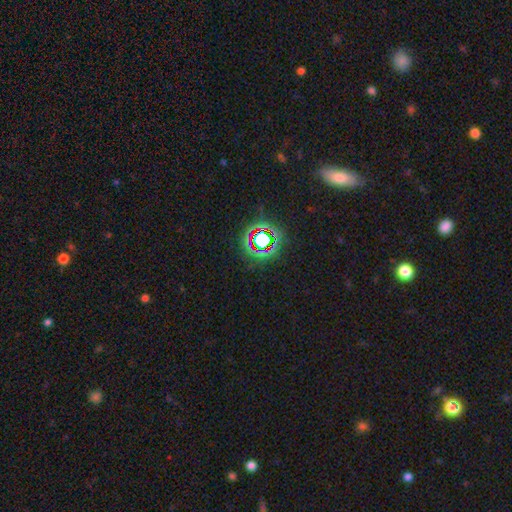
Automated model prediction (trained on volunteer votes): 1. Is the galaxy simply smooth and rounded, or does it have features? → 75% star or artifact, 16% smooth, 9% featured or disk.